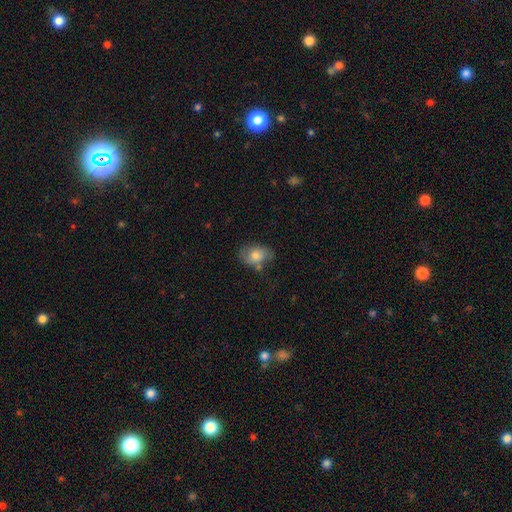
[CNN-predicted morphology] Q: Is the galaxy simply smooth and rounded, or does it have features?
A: smooth — 73%.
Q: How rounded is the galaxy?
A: in between — 82%.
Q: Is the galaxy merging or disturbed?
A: none — 60%.